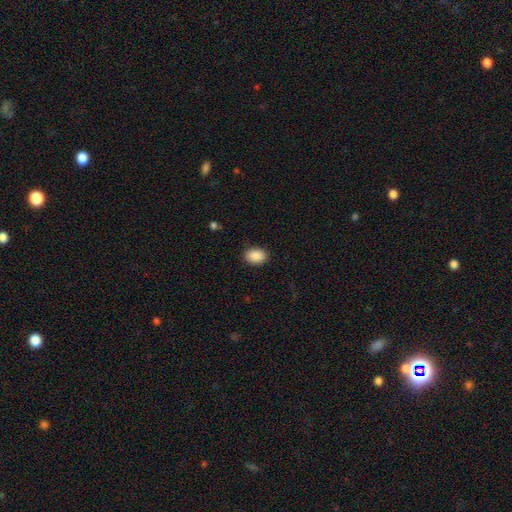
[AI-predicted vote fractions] Smooth or featured: smooth — 90% (star or artifact — 7%)
How rounded: in between — 76% (round — 23%)
Merging: none — 88% (minor disturbance — 8%)